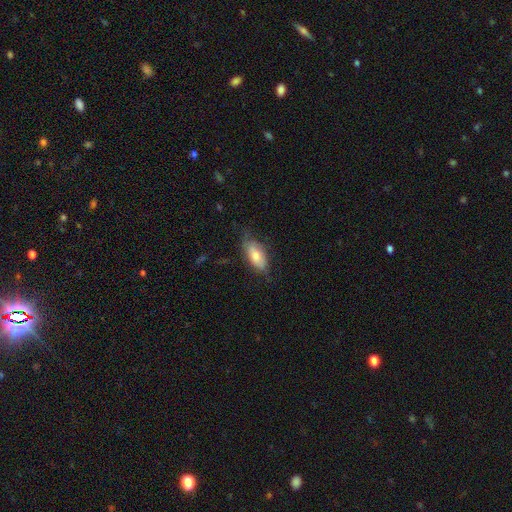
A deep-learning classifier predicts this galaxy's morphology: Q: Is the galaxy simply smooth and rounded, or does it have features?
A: smooth — 66%.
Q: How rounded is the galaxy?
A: in between — 85%.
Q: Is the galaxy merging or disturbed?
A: none — 61%.